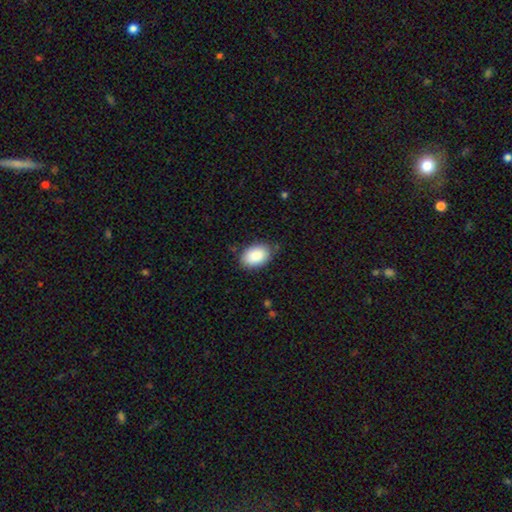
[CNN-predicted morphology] Smooth or featured? smooth (90%)
How rounded? in between (90%)
Merging? none (82%)